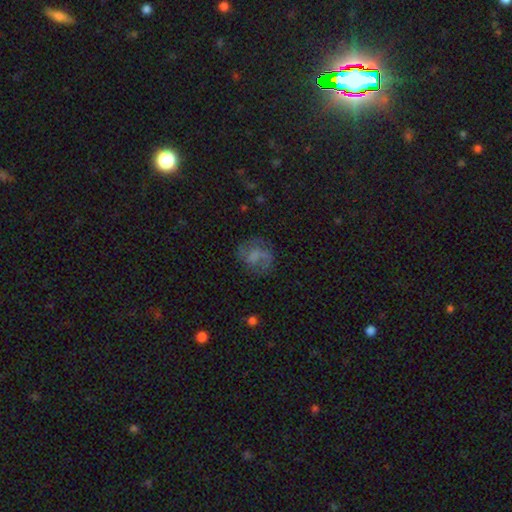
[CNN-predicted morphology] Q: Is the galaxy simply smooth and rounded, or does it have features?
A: featured or disk — 44%.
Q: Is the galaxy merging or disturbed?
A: none — 60%.